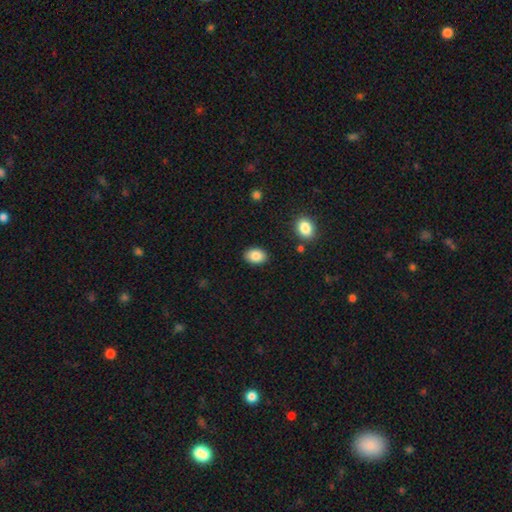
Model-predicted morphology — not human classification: Smooth or featured: smooth — 86% (star or artifact — 8%)
How rounded: in between — 82% (round — 17%)
Merging: none — 88% (minor disturbance — 8%)